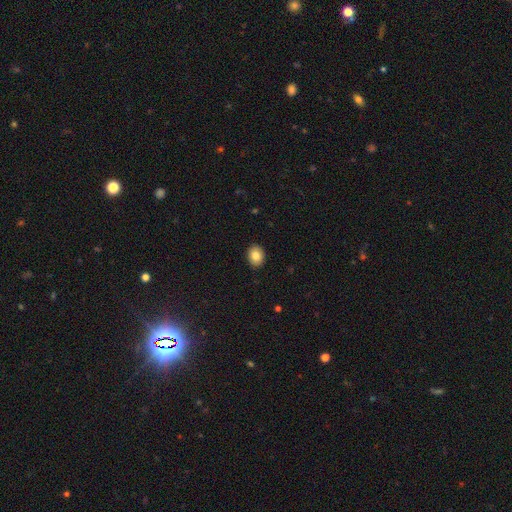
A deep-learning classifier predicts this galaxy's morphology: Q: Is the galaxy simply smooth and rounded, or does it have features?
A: smooth — 83%.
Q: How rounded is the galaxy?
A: in between — 58%.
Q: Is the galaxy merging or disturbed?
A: none — 90%.